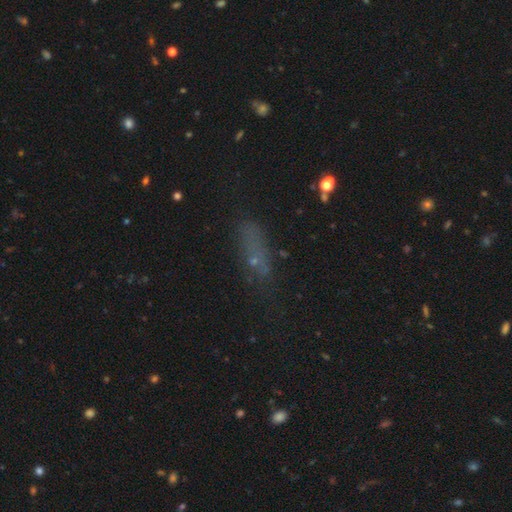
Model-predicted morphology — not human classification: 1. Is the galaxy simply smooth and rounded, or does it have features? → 52% smooth, 28% star or artifact, 20% featured or disk.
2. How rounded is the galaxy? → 50% in between, 43% cigar-shaped, 7% round.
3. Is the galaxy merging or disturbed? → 56% none, 23% minor disturbance, 15% major disturbance, 5% merger.